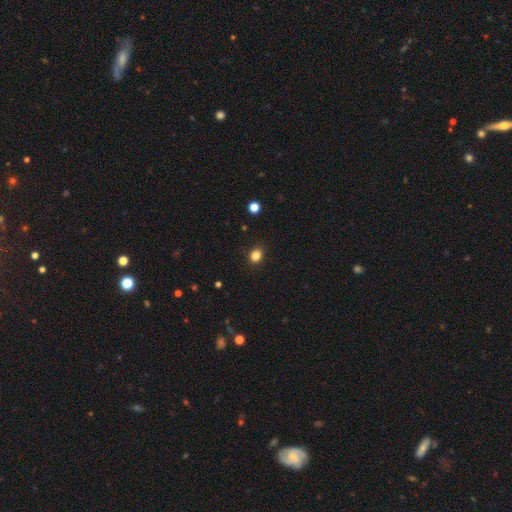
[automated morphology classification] Overall: smooth (84%). How rounded: round (63%; in between 36%). Merging: none (89%).